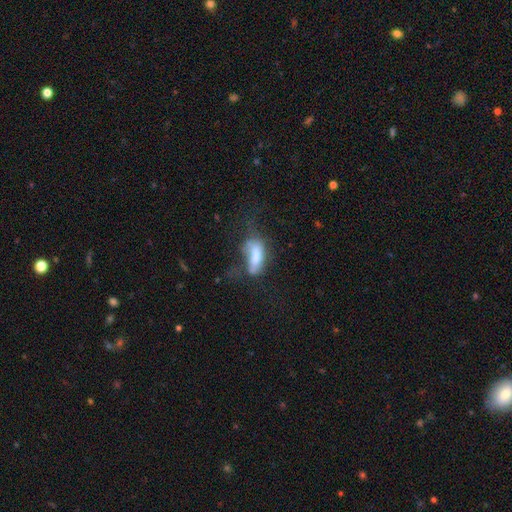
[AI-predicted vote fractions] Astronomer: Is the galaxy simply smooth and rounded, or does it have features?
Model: smooth — 60%.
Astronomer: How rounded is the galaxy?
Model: in between — 78%.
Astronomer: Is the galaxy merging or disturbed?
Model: major disturbance — 44% (runner-up: none, 22%).